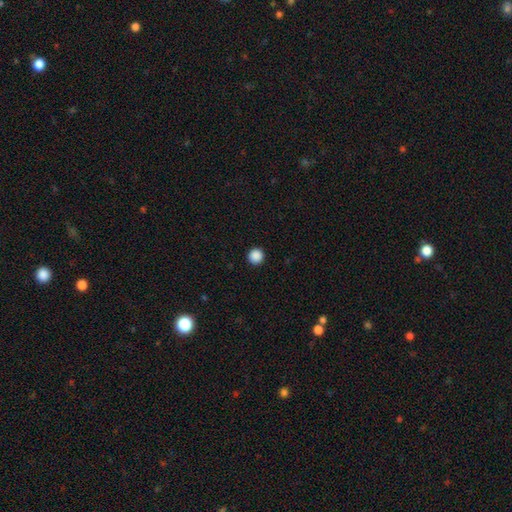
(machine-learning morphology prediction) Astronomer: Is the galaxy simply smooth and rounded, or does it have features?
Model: smooth — 88%.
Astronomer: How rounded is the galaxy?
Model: round — 96%.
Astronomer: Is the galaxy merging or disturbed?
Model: none — 94%.